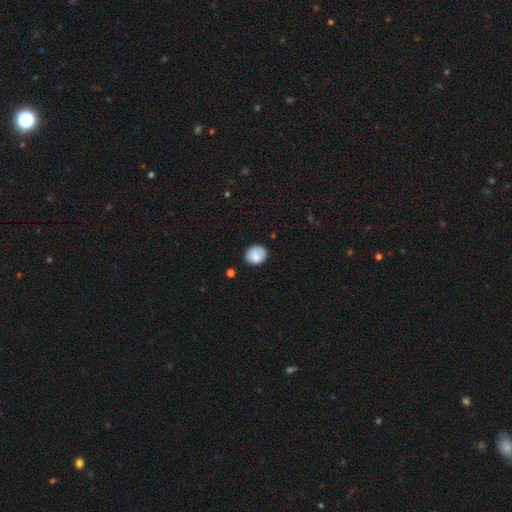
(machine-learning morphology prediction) Smooth or featured?
  - smooth: 79% *
  - featured or disk: 13%
  - star or artifact: 8%
How rounded?
  - round: 69% *
  - in between: 30%
  - cigar-shaped: 1%
Merging?
  - none: 73% *
  - minor disturbance: 19%
  - major disturbance: 4%
  - merger: 3%